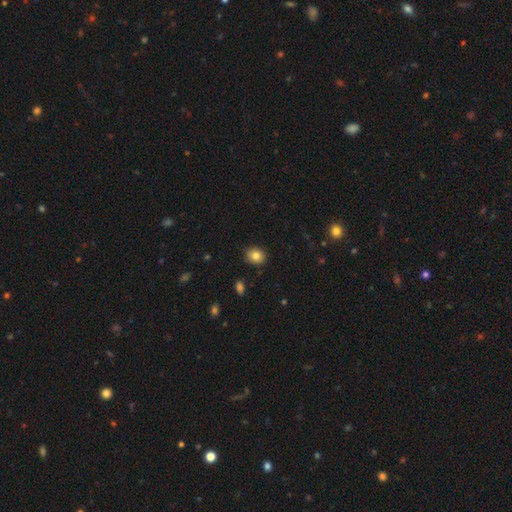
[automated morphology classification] Overall: smooth (83%). How rounded: round (66%; in between 33%). Merging: none (89%).